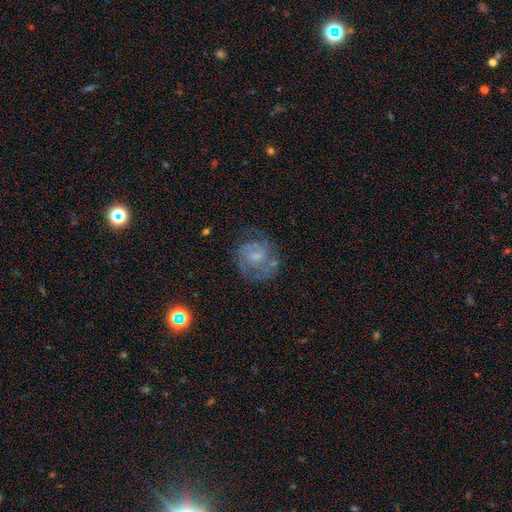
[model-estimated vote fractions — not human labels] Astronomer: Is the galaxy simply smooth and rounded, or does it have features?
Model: featured or disk — 68%.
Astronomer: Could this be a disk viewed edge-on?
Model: no — 98%.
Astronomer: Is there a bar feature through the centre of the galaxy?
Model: weak — 48% (runner-up: no, 42%).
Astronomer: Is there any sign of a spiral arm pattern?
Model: yes — 76%.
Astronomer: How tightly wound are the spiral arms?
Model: tight — 42% (runner-up: medium, 41%).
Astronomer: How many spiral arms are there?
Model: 2 — 37% (runner-up: can't tell, 36%).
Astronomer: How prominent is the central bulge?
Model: small — 46% (runner-up: moderate, 26%).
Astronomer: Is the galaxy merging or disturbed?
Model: none — 58%.